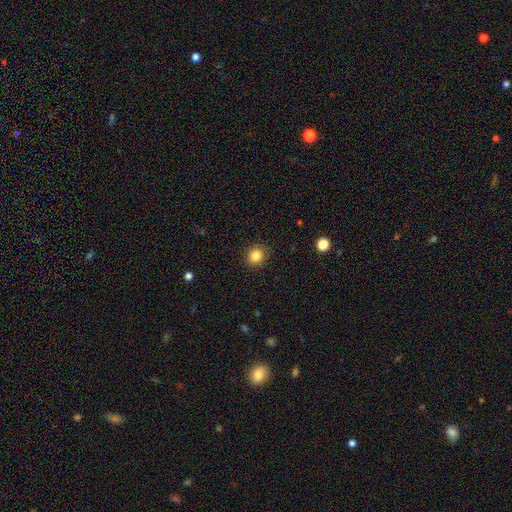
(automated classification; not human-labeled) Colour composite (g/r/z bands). It shows a smooth galaxy with no disk features (84%) that is round (87%). Merging: none (91%).